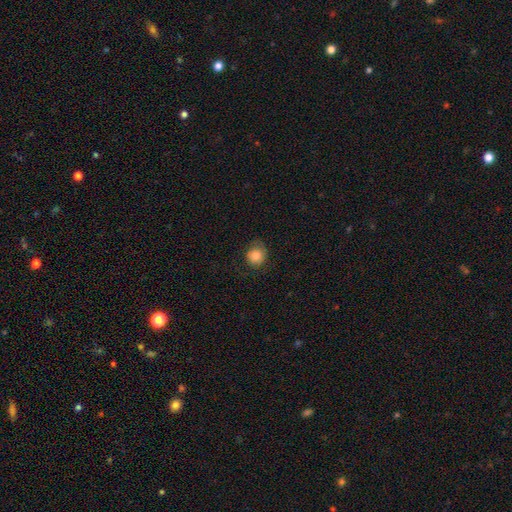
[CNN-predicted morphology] type=smooth (81%); roundness=round (86%); merging=none (70%).